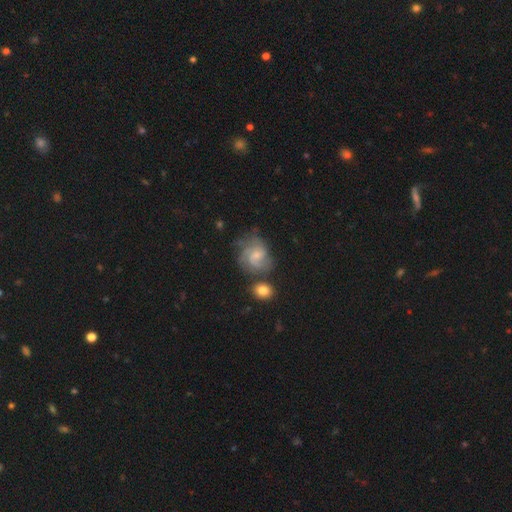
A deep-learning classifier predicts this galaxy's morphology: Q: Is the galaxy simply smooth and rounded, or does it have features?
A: featured or disk — 70%.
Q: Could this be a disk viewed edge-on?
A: no — 98%.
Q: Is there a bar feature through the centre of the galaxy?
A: no — 52%.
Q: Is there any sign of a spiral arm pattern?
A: yes — 91%.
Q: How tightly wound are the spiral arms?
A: medium — 44%.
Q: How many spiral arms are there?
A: can't tell — 29%, tied with 3.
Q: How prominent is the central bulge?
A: small — 51%.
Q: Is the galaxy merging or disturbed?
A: none — 55%.